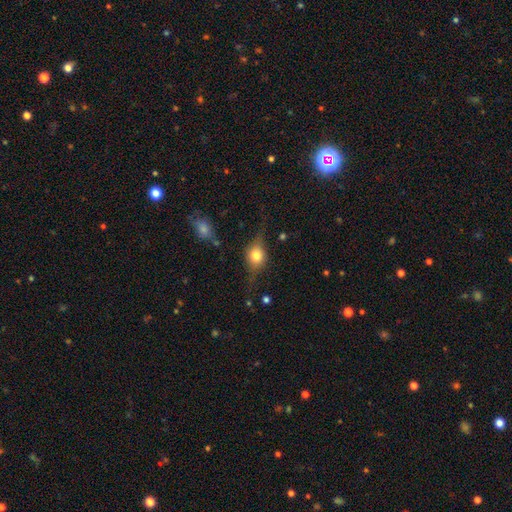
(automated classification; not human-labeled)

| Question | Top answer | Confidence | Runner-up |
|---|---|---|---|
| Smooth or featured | smooth | 49% | featured or disk (42%) |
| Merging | none | 66% | minor disturbance (21%) |